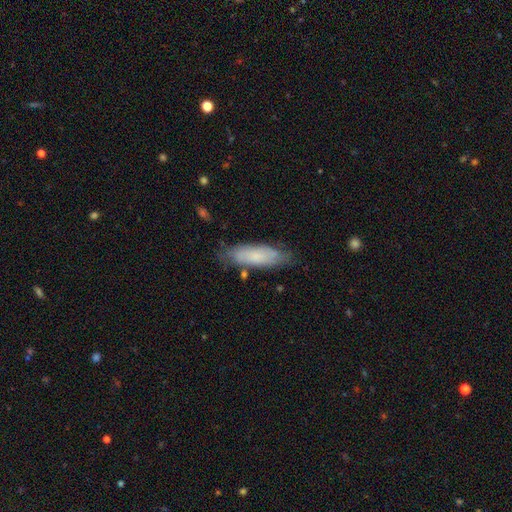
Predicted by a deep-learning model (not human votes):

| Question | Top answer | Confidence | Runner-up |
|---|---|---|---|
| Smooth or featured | smooth | 64% | featured or disk (29%) |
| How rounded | cigar-shaped | 51% | in between (48%) |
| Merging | none | 75% | minor disturbance (18%) |